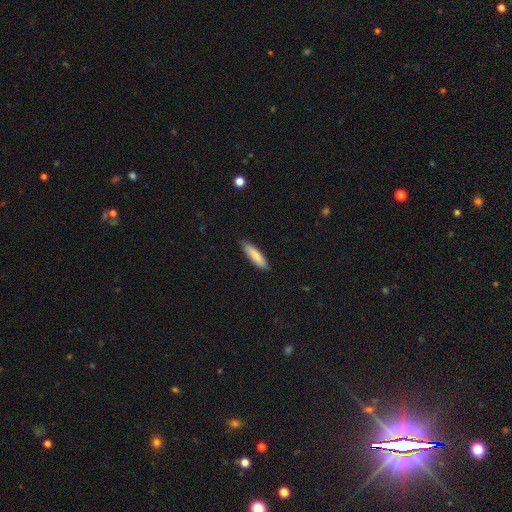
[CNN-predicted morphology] This is clearly a smooth galaxy (82%). How rounded: likely cigar-shaped (64%). Merging: clearly none (83%).